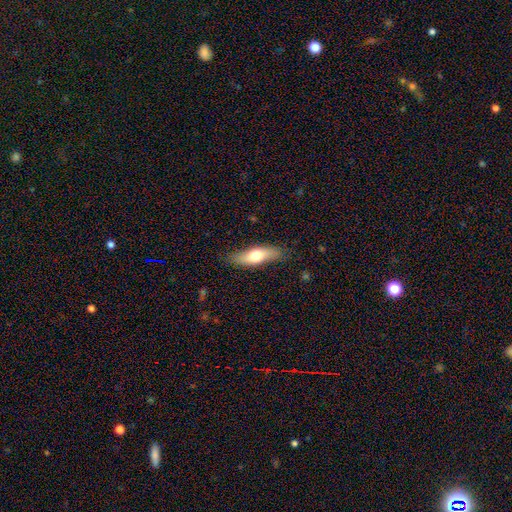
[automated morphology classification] Smooth or featured: smooth — 60% (featured or disk — 35%)
How rounded: in between — 50% (cigar-shaped — 47%)
Merging: none — 83% (minor disturbance — 13%)